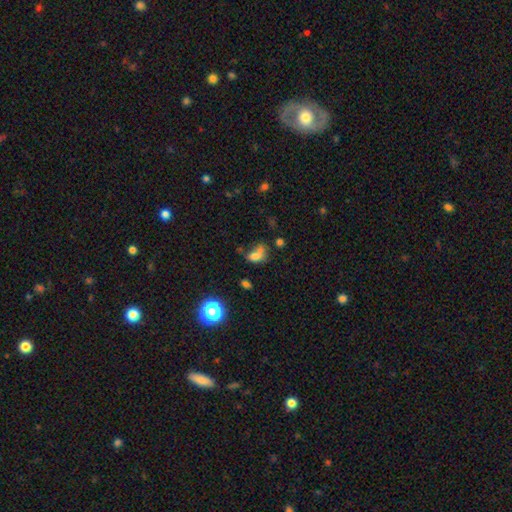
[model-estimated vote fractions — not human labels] A smooth galaxy with no disk features (66%) that is in between round and cigar-shaped (72%).

Vote fractions:
- Smooth or featured? smooth: 66% / star or artifact: 19% / featured or disk: 15%
- How rounded? in between: 72% / round: 24% / cigar-shaped: 4%
- Merging? merger: 38% / none: 29% / major disturbance: 18% / minor disturbance: 16%